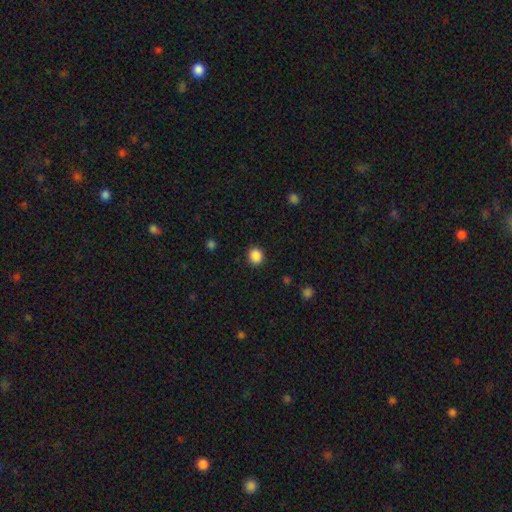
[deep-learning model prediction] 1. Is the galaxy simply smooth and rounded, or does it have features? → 87% smooth, 10% star or artifact, 3% featured or disk.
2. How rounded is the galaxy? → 82% round, 17% in between, 1% cigar-shaped.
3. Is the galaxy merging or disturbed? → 90% none, 7% minor disturbance, 2% major disturbance, 1% merger.